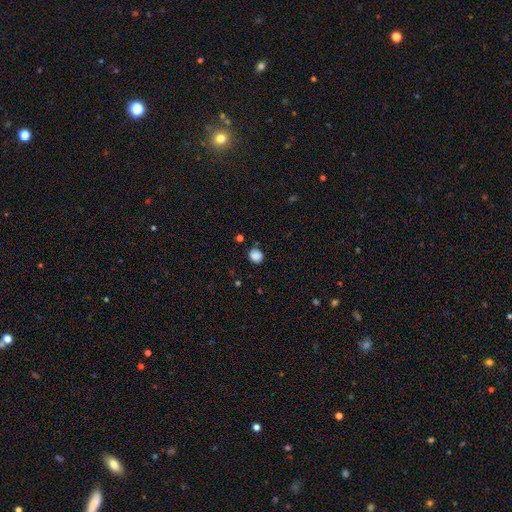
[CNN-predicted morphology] Smooth or featured: smooth — 86% (star or artifact — 11%)
How rounded: round — 76% (in between — 23%)
Merging: none — 83% (minor disturbance — 12%)